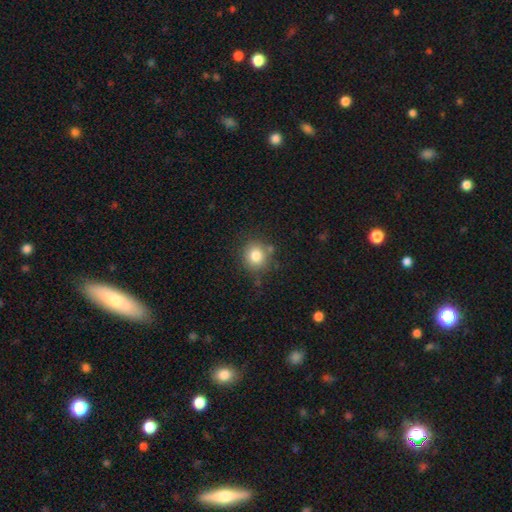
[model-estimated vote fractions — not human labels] Morphology: type=smooth (81%); roundness=round (85%); merging=none (78%).